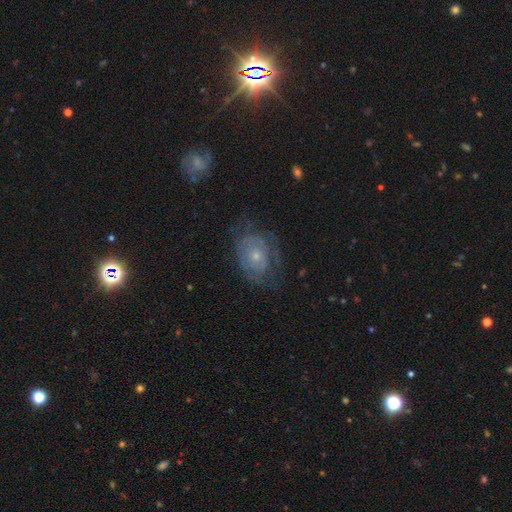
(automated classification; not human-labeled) A featured or disk galaxy (57%) with no bar (86%), spiral arms (61%) and a small central bulge (64%). Merging: none (57%).